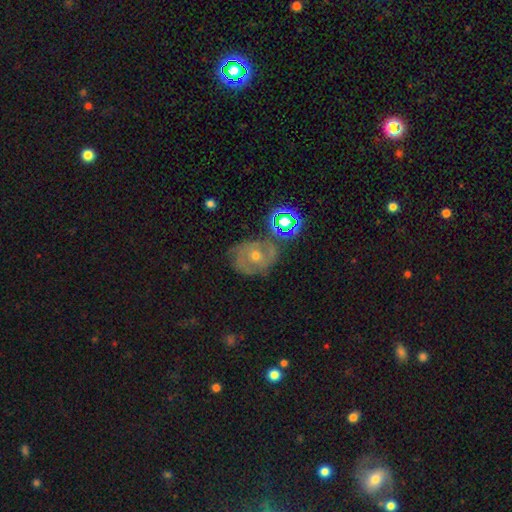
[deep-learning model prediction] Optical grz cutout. It shows a featured or disk galaxy (60%) with no bar (75%), spiral arms (78%) and a moderate central bulge (56%). Merging: none (61%).